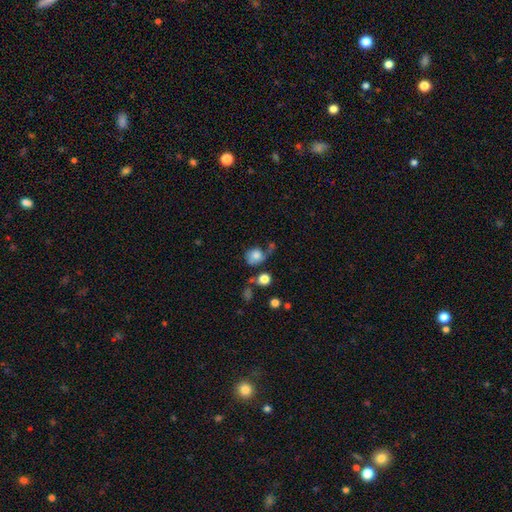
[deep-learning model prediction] Smooth or featured? smooth (76%)
How rounded? round (67%)
Merging? none (45%)